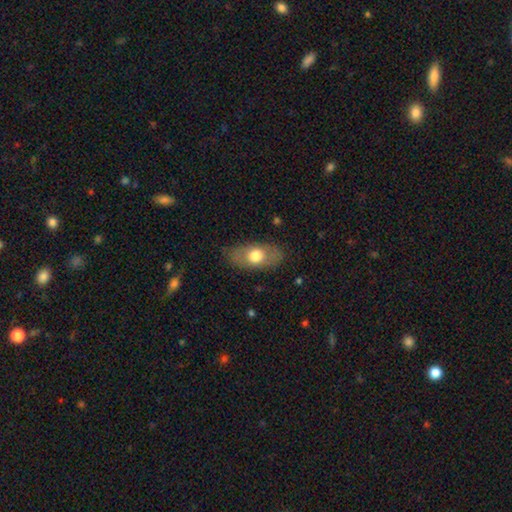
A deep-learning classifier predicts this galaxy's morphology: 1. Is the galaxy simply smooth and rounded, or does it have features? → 64% smooth, 30% featured or disk, 6% star or artifact.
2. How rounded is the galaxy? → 86% in between, 8% round, 6% cigar-shaped.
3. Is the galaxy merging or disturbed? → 81% none, 14% minor disturbance, 5% major disturbance, 1% merger.